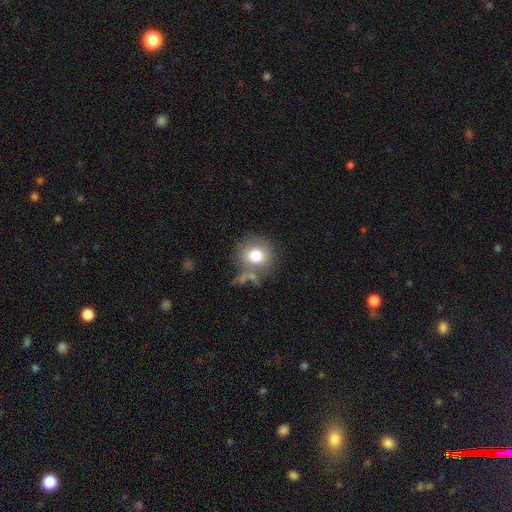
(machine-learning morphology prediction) A smooth galaxy with no disk features (77%) that is round (87%). Merging: none (70%).